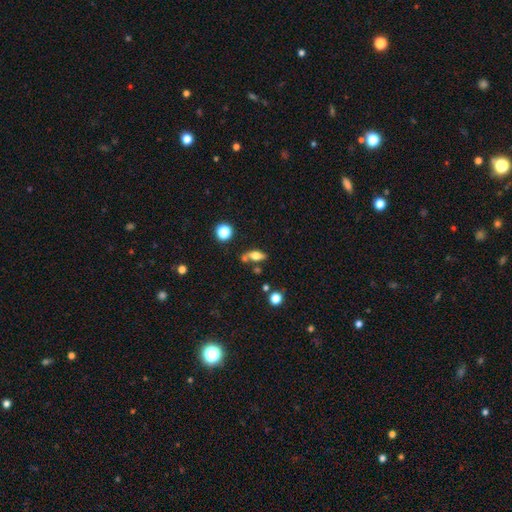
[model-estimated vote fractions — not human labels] Morphology: type=smooth (59%); roundness=in between (70%); merging=none (57%).